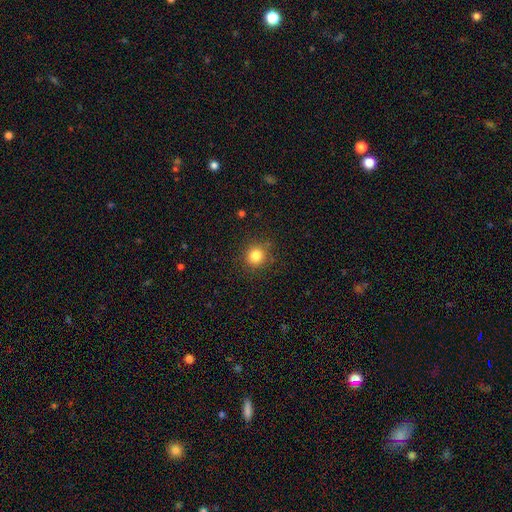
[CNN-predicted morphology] Smooth or featured?
  - smooth: 82% *
  - star or artifact: 12%
  - featured or disk: 6%
How rounded?
  - round: 91% *
  - in between: 8%
  - cigar-shaped: 1%
Merging?
  - none: 87% *
  - minor disturbance: 9%
  - major disturbance: 3%
  - merger: 1%